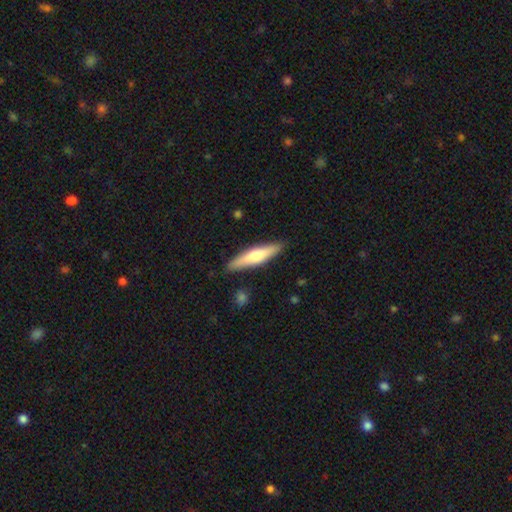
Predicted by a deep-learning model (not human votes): A smooth galaxy with no disk features (55%) that is cigar-shaped (80%).

Vote fractions:
- Smooth or featured? smooth: 55% / featured or disk: 39% / star or artifact: 5%
- How rounded? cigar-shaped: 80% / in between: 18% / round: 2%
- Merging? none: 88% / minor disturbance: 9% / major disturbance: 2% / merger: 2%